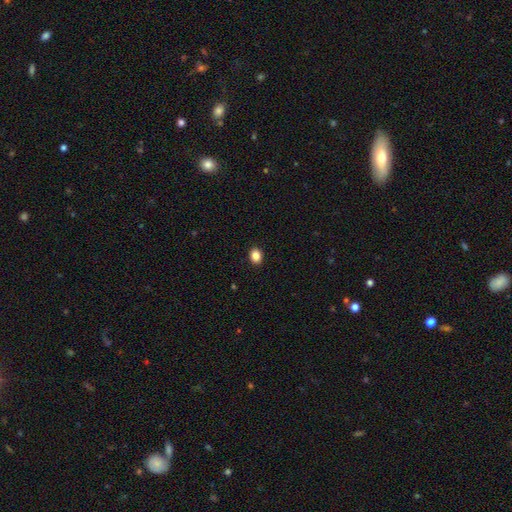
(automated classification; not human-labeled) Smooth or featured? Predicted: smooth (p=0.87). How rounded? Predicted: in between (p=0.54). Merging? Predicted: none (p=0.91).